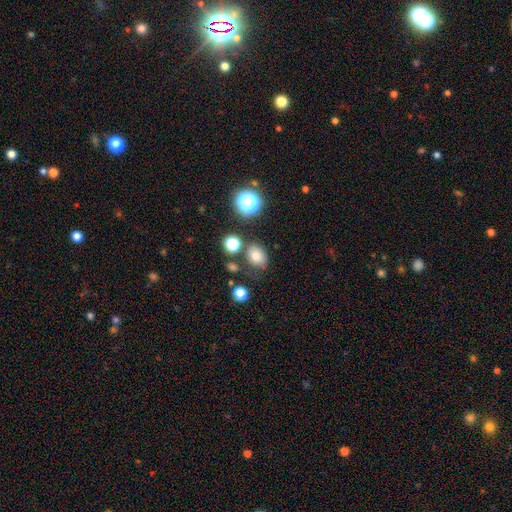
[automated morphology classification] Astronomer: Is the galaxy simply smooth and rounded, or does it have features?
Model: smooth — 77%.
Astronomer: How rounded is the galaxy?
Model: in between — 63%.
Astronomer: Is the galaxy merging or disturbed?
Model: none — 67%.